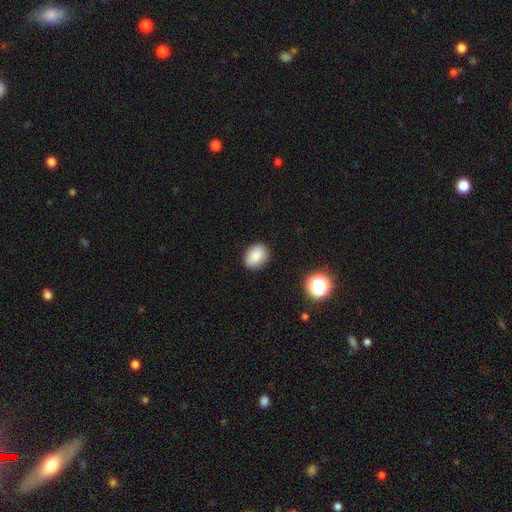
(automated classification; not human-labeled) The model was most divided on "how rounded": in between: 72%, round: 27%, cigar-shaped: 1%. More confident: merging — none (87%); smooth or featured — smooth (86%).